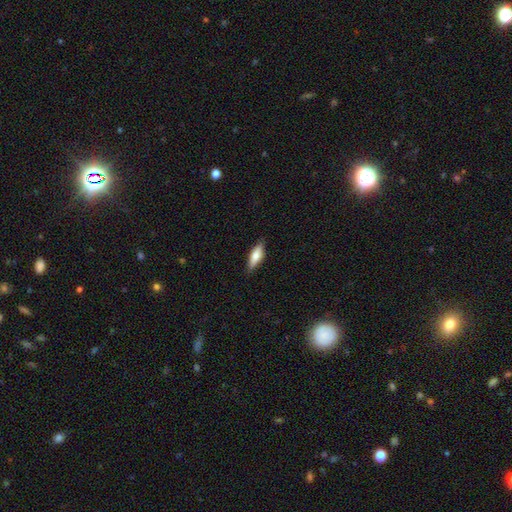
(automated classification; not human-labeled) smooth_or_featured: smooth (p=0.57) [alt: featured or disk p=0.36]
how_rounded: in between (p=0.50) [alt: cigar-shaped p=0.47]
merging: none (p=0.84) [alt: minor disturbance p=0.12]